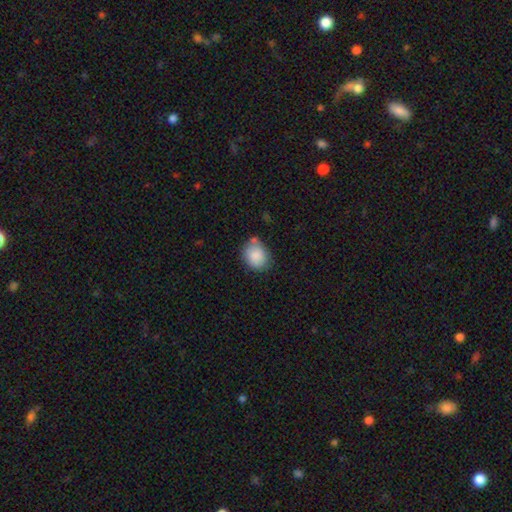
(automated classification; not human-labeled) Smooth or featured: smooth — 86% (star or artifact — 7%)
How rounded: round — 57% (in between — 43%)
Merging: none — 66% (minor disturbance — 20%)